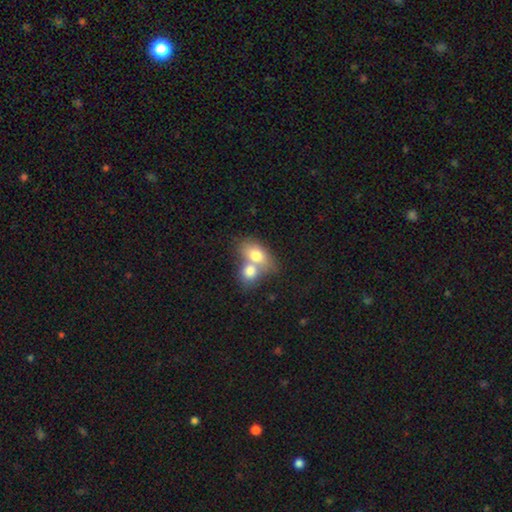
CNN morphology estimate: smooth-or-featured: smooth: 74% | featured or disk: 19% | star or artifact: 7%
  how-rounded: in between: 76% | round: 21% | cigar-shaped: 2%
  merging: merger: 70% | none: 20% | minor disturbance: 6% | major disturbance: 3%